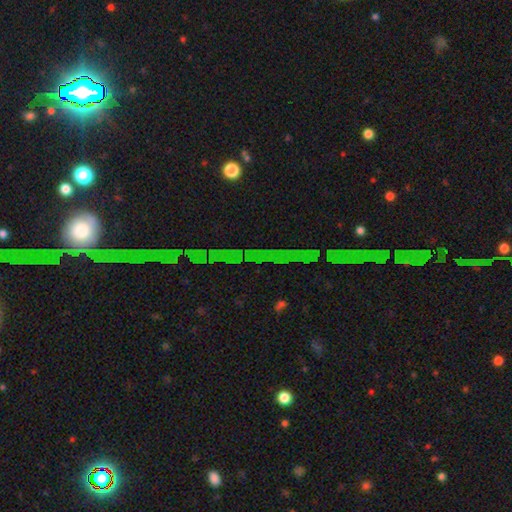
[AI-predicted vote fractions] Morphology: type=star or artifact (76%).